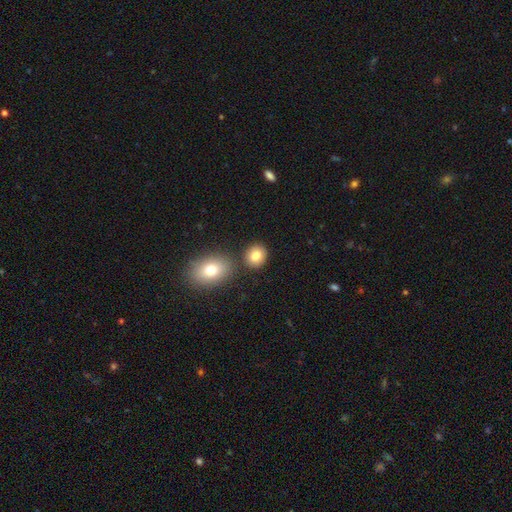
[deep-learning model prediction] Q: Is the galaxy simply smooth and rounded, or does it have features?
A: smooth — 83%.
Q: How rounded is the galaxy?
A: round — 66%.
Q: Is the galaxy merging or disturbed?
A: none — 77%.